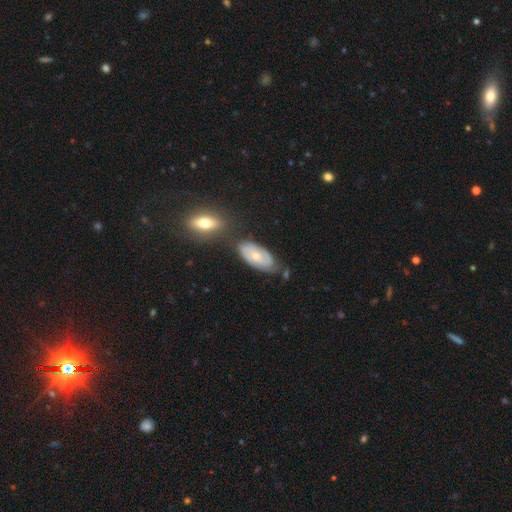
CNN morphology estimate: Smooth or featured? Predicted: featured or disk (p=0.54). Edge-on disk? Predicted: no (p=0.89). Merging? Predicted: none (p=0.61).